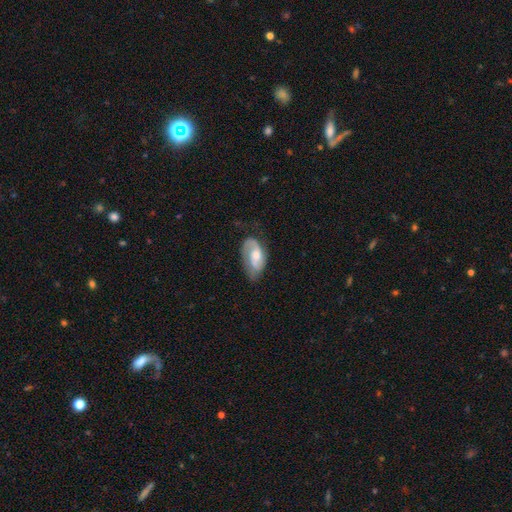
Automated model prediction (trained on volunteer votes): A featured or disk galaxy (64%) with no bar (58%), 2 (59%) medium (43%) spiral arms (86%) and a moderate central bulge (58%).

Vote fractions:
- Smooth or featured? featured or disk: 64% / smooth: 30% / star or artifact: 6%
- Edge-on disk? no: 95% / yes: 5%
- Bar? no: 58% / weak: 35% / strong: 7%
- Spiral arms? yes: 86% / no: 14%
- Spiral winding? medium: 43% / loose: 30% / tight: 27%
- Spiral arm count? 2: 59% / 1: 25% / can't tell: 12% / 3: 1% / 4: 1% / more than 4: 1%
- Bulge size? moderate: 58% / small: 23% / large: 13% / none: 5% / dominant: 1%
- Merging? none: 53% / minor disturbance: 30% / major disturbance: 15% / merger: 2%